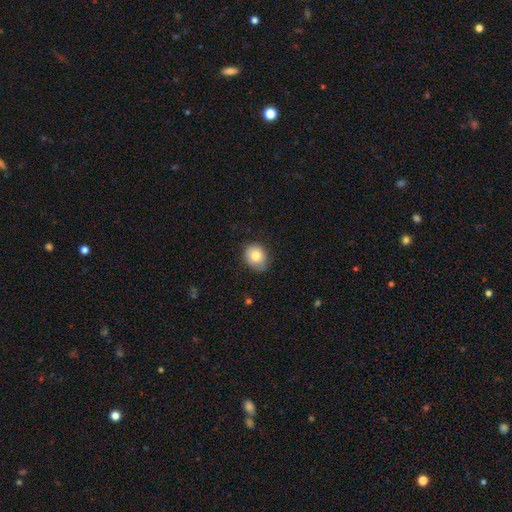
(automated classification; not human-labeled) smooth-or-featured: smooth: 81% | featured or disk: 11% | star or artifact: 8%
  how-rounded: round: 57% | in between: 43% | cigar-shaped: 1%
  merging: none: 74% | minor disturbance: 21% | major disturbance: 4% | merger: 1%